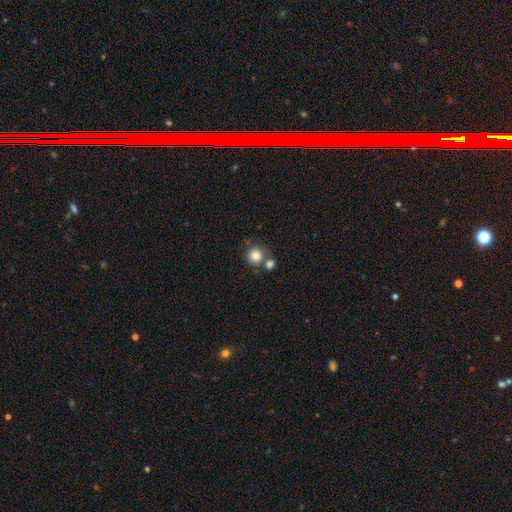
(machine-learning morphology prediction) Smooth or featured: smooth — 83% (star or artifact — 10%)
How rounded: round — 92% (in between — 7%)
Merging: none — 66% (merger — 22%)